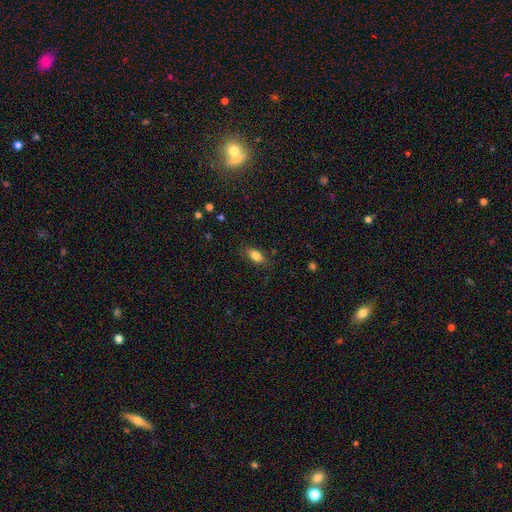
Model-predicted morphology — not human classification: smooth 80%, featured or disk 12%, star or artifact 8%. Down the decision tree: how rounded — in between (84%); merging — none (81%).